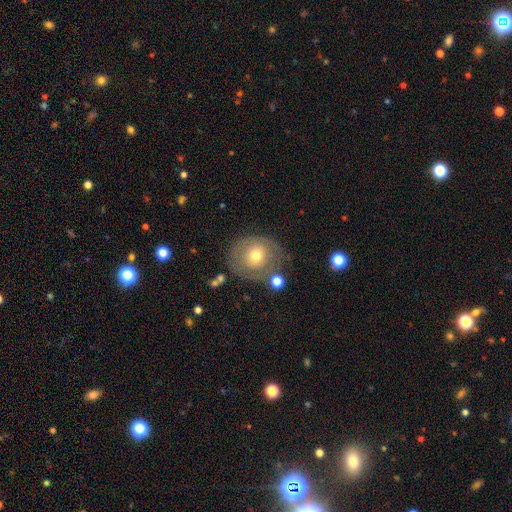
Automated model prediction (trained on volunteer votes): Q: Smooth or featured?
A: smooth (60%); runner-up: featured or disk (31%)
Q: How rounded?
A: round (78%); runner-up: in between (21%)
Q: Merging?
A: none (59%); runner-up: minor disturbance (22%)